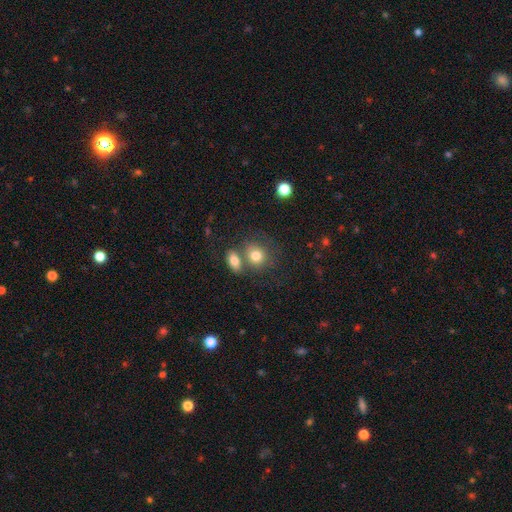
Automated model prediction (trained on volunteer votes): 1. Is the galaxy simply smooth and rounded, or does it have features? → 79% smooth, 11% featured or disk, 9% star or artifact.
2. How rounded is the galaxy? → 65% round, 33% in between, 1% cigar-shaped.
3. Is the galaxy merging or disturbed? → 49% none, 35% merger, 11% minor disturbance, 5% major disturbance.